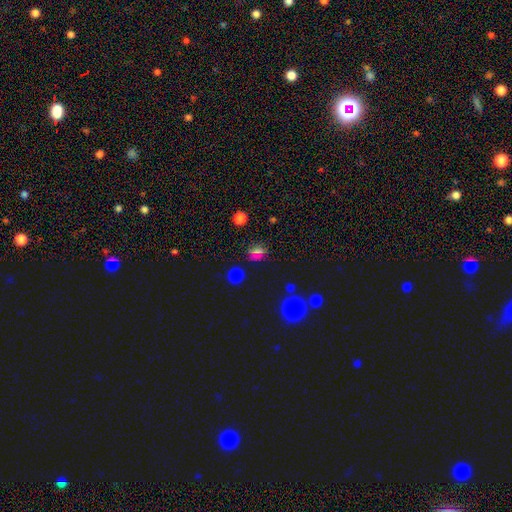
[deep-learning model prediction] Smooth or featured: smooth — 60% (star or artifact — 31%)
How rounded: round — 63% (in between — 34%)
Merging: none — 81% (minor disturbance — 12%)